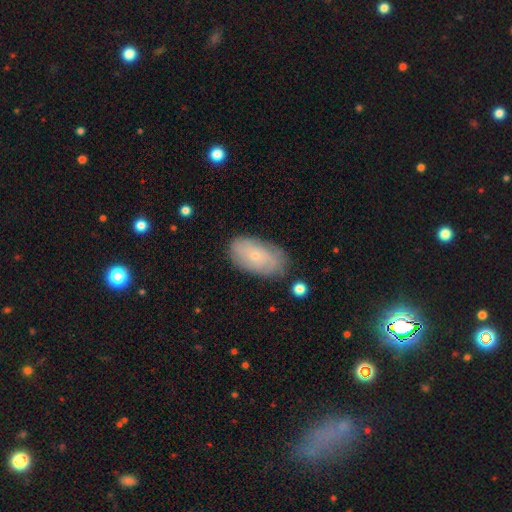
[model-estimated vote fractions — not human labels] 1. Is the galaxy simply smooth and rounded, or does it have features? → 47% featured or disk, 45% smooth, 8% star or artifact.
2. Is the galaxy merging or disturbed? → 74% none, 19% minor disturbance, 5% major disturbance, 2% merger.